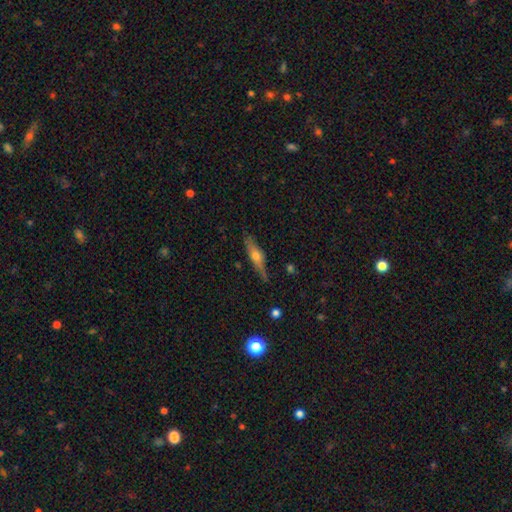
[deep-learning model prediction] Smooth or featured: featured or disk — 56% (smooth — 37%)
Edge-on disk: yes — 90% (no — 10%)
Edge-on bulge: rounded — 89% (none — 6%)
Merging: none — 79% (minor disturbance — 16%)